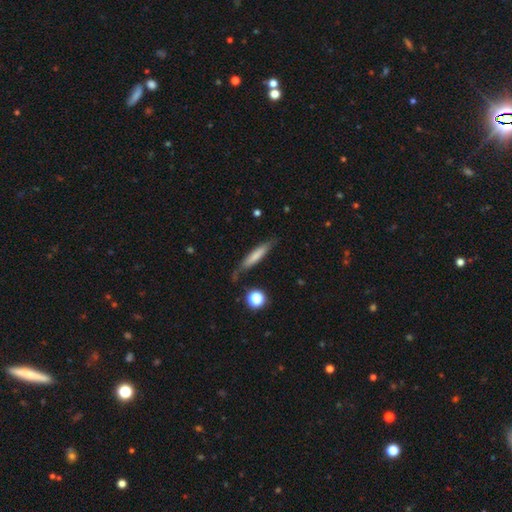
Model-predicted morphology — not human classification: smooth-or-featured: smooth: 68% | featured or disk: 25% | star or artifact: 7%
  how-rounded: cigar-shaped: 88% | in between: 10% | round: 2%
  merging: none: 73% | minor disturbance: 19% | major disturbance: 5% | merger: 3%